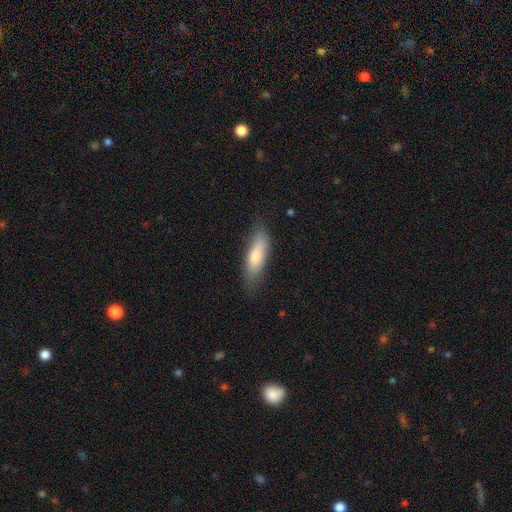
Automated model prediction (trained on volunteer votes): smooth_or_featured: smooth (p=0.74) [alt: featured or disk p=0.20]
how_rounded: cigar-shaped (p=0.52) [alt: in between p=0.46]
merging: none (p=0.78) [alt: minor disturbance p=0.17]